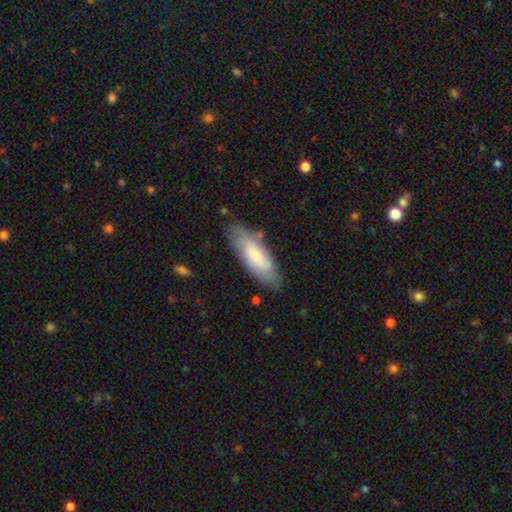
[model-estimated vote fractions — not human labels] A smooth galaxy with no disk features (59%) that is in between round and cigar-shaped (66%).

Vote fractions:
- Smooth or featured? smooth: 59% / featured or disk: 35% / star or artifact: 6%
- How rounded? in between: 66% / cigar-shaped: 33% / round: 2%
- Merging? none: 78% / minor disturbance: 16% / major disturbance: 4% / merger: 2%